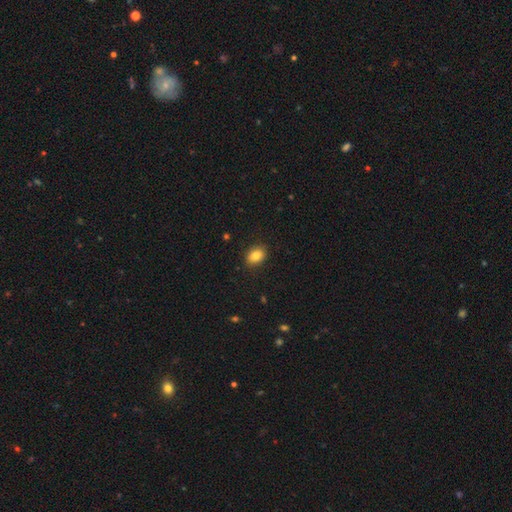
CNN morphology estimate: smooth 85%, star or artifact 9%, featured or disk 7%. Down the decision tree: how rounded — in between (78%); merging — none (87%).